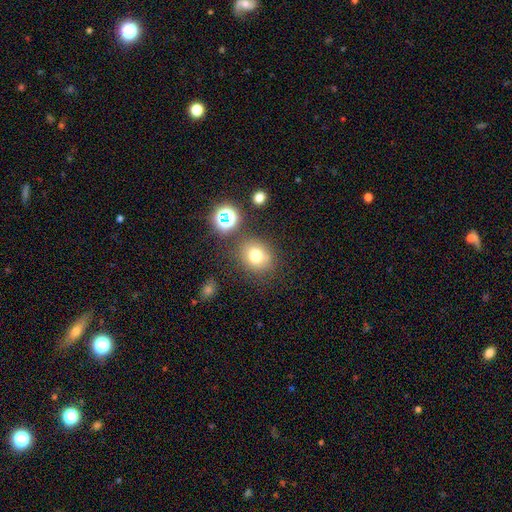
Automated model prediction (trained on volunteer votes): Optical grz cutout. It shows a smooth galaxy with no disk features (74%) that is round (68%). Merging: none (76%).